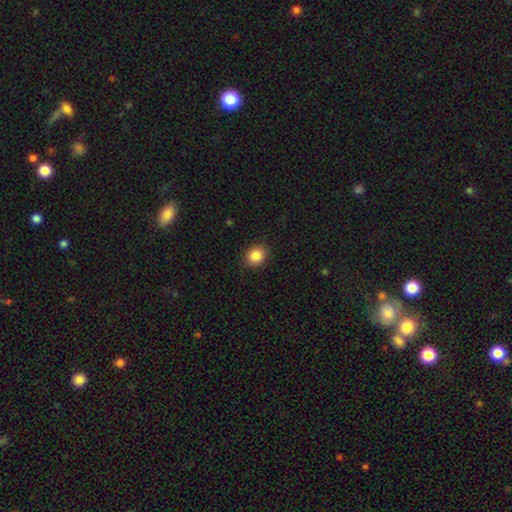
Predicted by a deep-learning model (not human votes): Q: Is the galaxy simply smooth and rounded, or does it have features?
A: smooth — 87%.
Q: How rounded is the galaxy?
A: round — 75%.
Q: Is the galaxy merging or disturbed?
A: none — 87%.